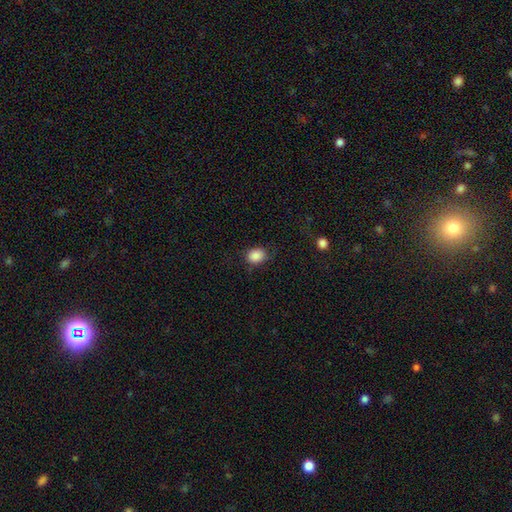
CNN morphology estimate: Smooth or featured? Predicted: smooth (p=0.87). How rounded? Predicted: in between (p=0.50). Merging? Predicted: none (p=0.75).